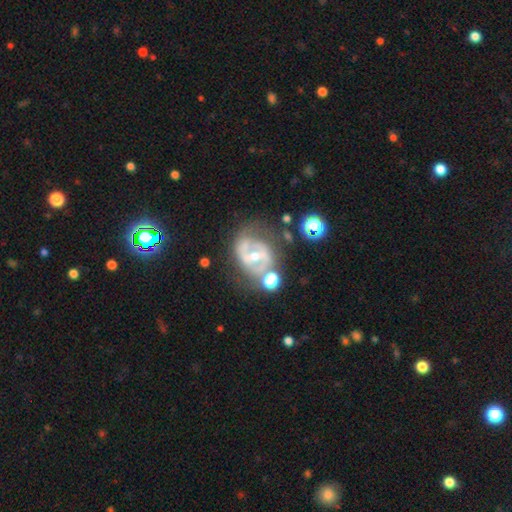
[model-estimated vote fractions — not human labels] Smooth or featured? featured or disk (79%)
Edge-on disk? no (96%)
Bar? weak (38%)
Spiral arms? yes (81%)
Spiral winding? medium (46%)
Spiral arm count? 2 (72%)
Bulge size? small (53%)
Merging? none (53%)